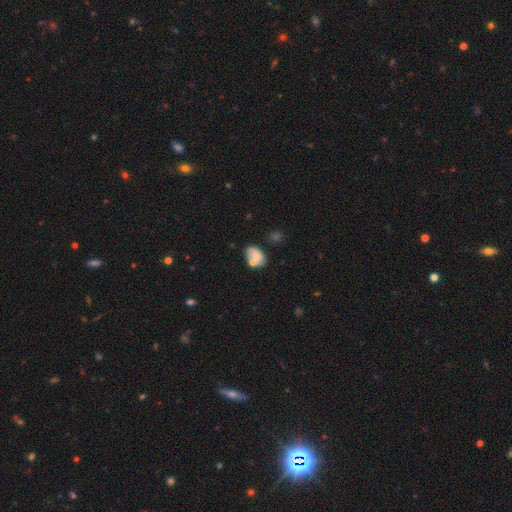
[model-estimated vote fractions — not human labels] smooth-or-featured: smooth: 71% | featured or disk: 19% | star or artifact: 10%
  how-rounded: in between: 77% | round: 21% | cigar-shaped: 1%
  merging: none: 50% | merger: 21% | minor disturbance: 21% | major disturbance: 7%